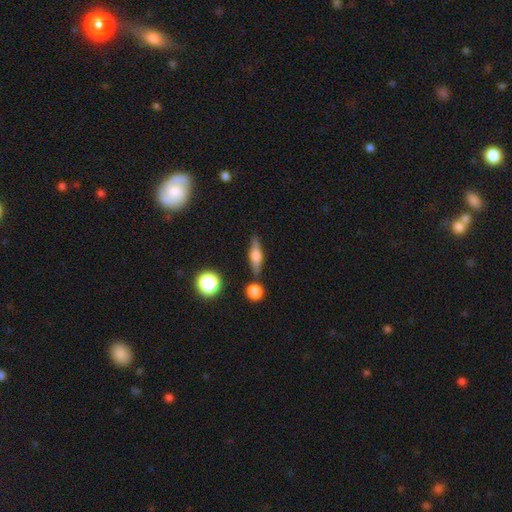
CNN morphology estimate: Smooth or featured?
  - featured or disk: 56% *
  - smooth: 35%
  - star or artifact: 9%
Edge-on disk?
  - yes: 93% *
  - no: 7%
Edge-on bulge?
  - rounded: 88% *
  - boxy: 9%
  - none: 3%
Merging?
  - none: 81% *
  - minor disturbance: 11%
  - merger: 5%
  - major disturbance: 3%